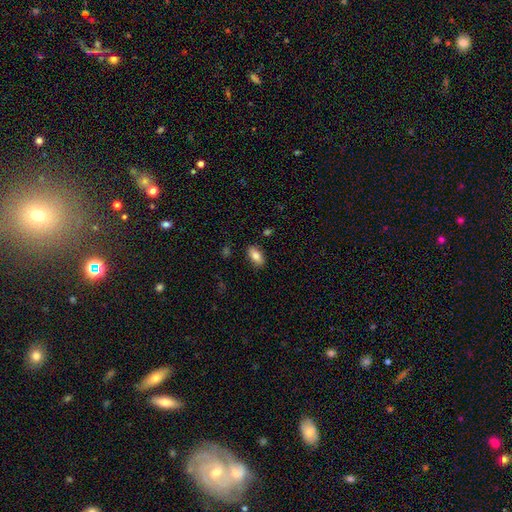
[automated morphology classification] Smooth or featured?
  - smooth: 80% *
  - featured or disk: 13%
  - star or artifact: 7%
How rounded?
  - in between: 89% *
  - cigar-shaped: 8%
  - round: 4%
Merging?
  - none: 85% *
  - minor disturbance: 11%
  - major disturbance: 2%
  - merger: 2%